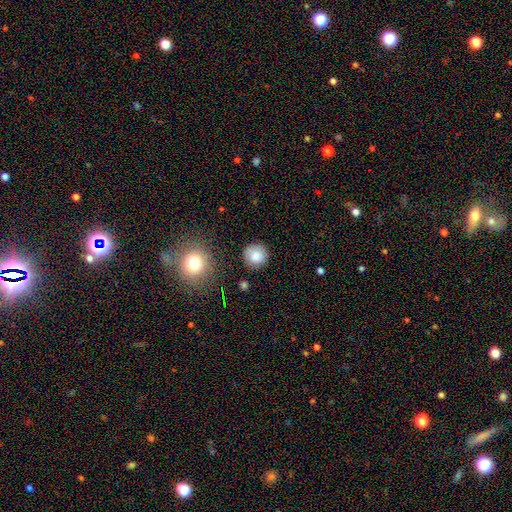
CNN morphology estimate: A smooth galaxy with no disk features (83%) that is round (93%). Merging: none (84%).